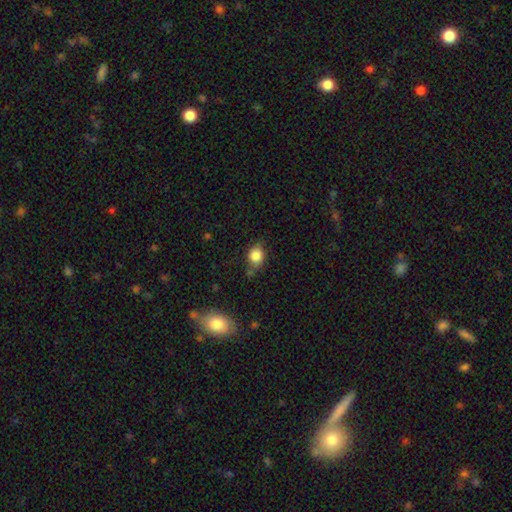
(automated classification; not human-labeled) Smooth or featured: smooth — 81% (featured or disk — 10%)
How rounded: in between — 50% (round — 48%)
Merging: none — 63% (minor disturbance — 25%)